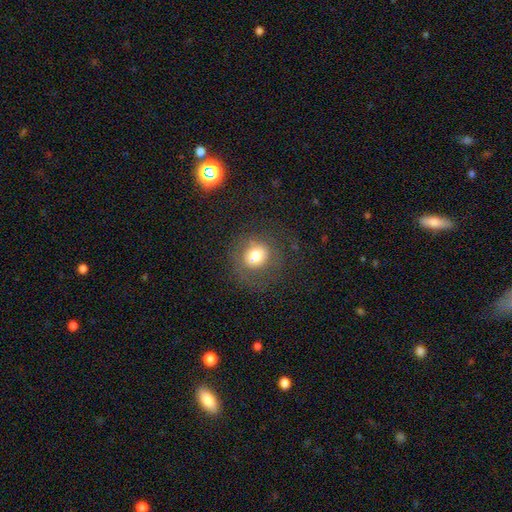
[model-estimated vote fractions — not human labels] smooth 71%, featured or disk 16%, star or artifact 13%. Down the decision tree: how rounded — round (83%); merging — none (69%).